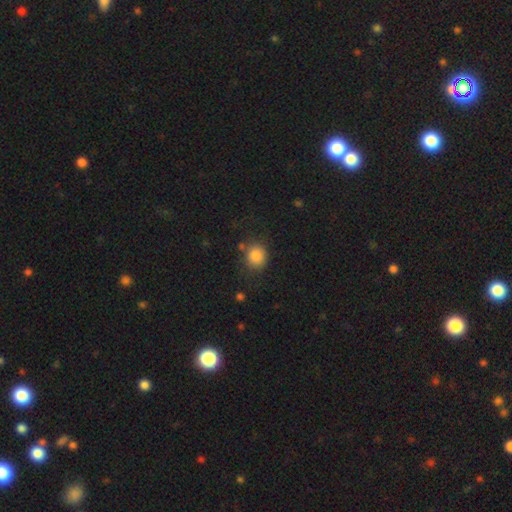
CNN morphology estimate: type=smooth (86%); roundness=round (81%); merging=none (76%).